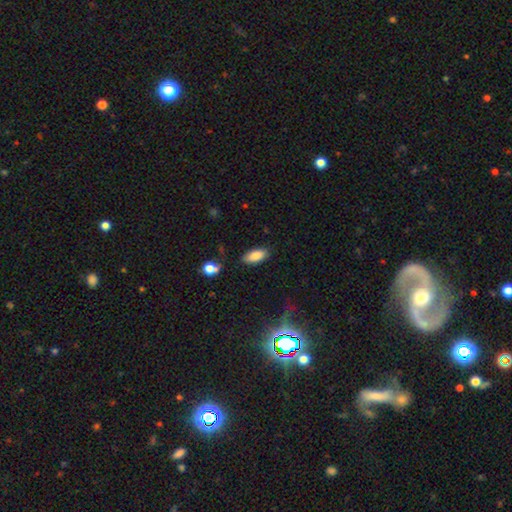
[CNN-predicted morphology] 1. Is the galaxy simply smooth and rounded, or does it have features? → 84% smooth, 8% star or artifact, 8% featured or disk.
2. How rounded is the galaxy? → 88% in between, 9% cigar-shaped, 2% round.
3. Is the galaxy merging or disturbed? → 83% none, 12% minor disturbance, 3% major disturbance, 2% merger.